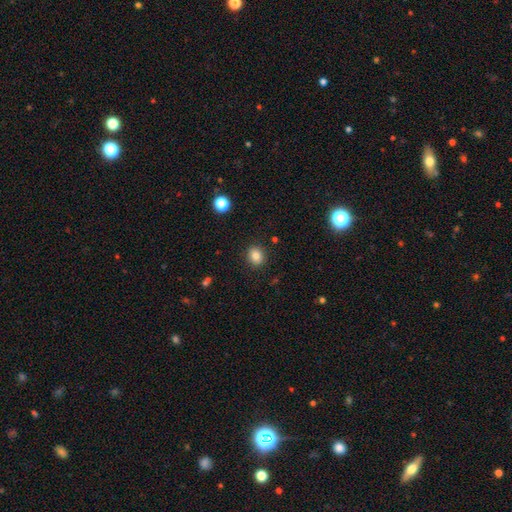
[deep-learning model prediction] A smooth galaxy with no disk features (82%) that is round (66%).

Vote fractions:
- Smooth or featured? smooth: 82% / star or artifact: 11% / featured or disk: 7%
- How rounded? round: 66% / in between: 33% / cigar-shaped: 1%
- Merging? none: 89% / minor disturbance: 7% / major disturbance: 2% / merger: 1%